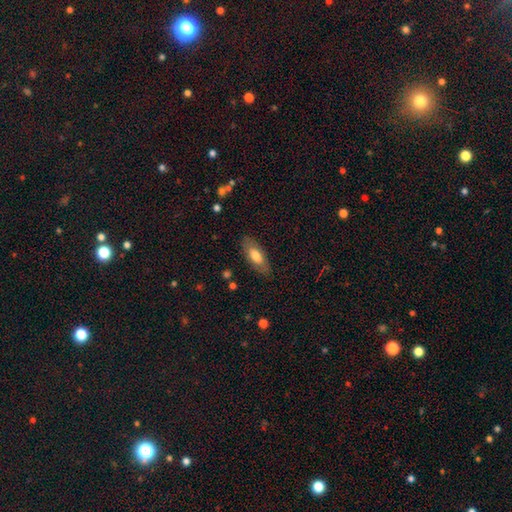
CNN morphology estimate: The model was most divided on "smooth or featured": smooth: 69%, featured or disk: 26%, star or artifact: 6%. More confident: merging — none (84%); how rounded — in between (78%).